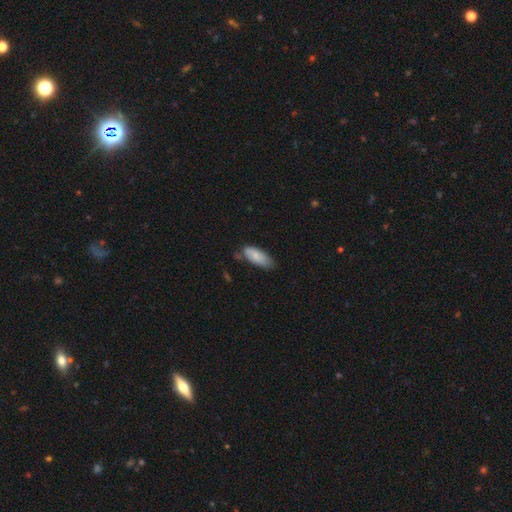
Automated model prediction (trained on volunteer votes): smooth-or-featured: smooth: 80% | featured or disk: 13% | star or artifact: 6%
  how-rounded: in between: 79% | cigar-shaped: 19% | round: 2%
  merging: none: 56% | minor disturbance: 32% | major disturbance: 6% | merger: 5%